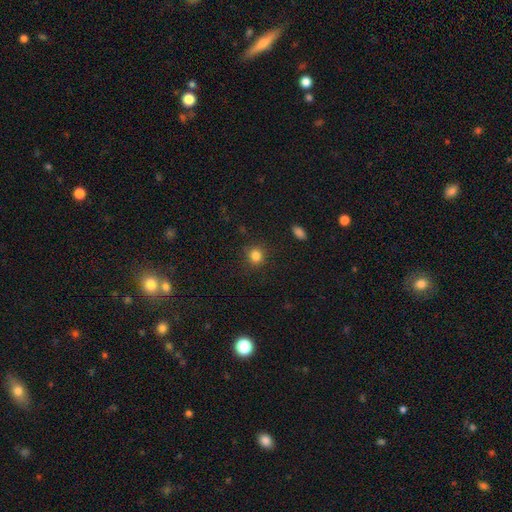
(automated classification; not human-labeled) Smooth or featured?
  - smooth: 83% *
  - star or artifact: 12%
  - featured or disk: 5%
How rounded?
  - round: 85% *
  - in between: 14%
  - cigar-shaped: 1%
Merging?
  - none: 87% *
  - minor disturbance: 9%
  - major disturbance: 3%
  - merger: 1%